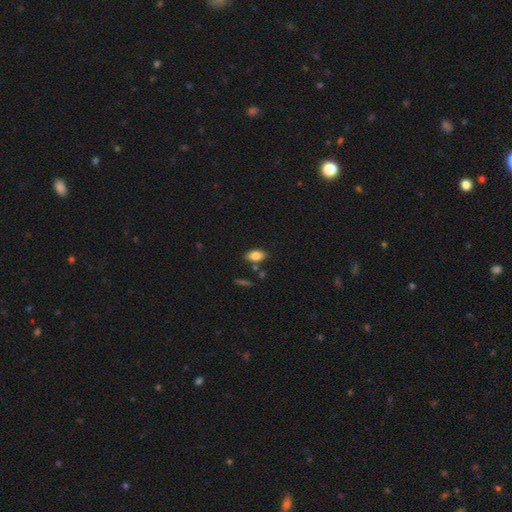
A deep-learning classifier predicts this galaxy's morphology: Smooth or featured? Predicted: smooth (p=0.85). How rounded? Predicted: in between (p=0.90). Merging? Predicted: none (p=0.79).